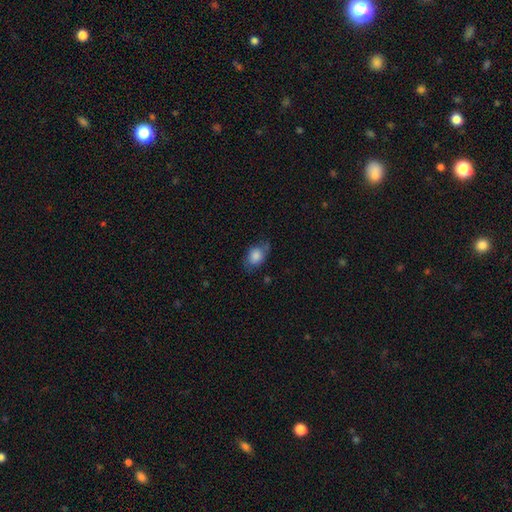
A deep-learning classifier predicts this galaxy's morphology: smooth_or_featured: smooth (p=0.74) [alt: featured or disk p=0.17]
how_rounded: in between (p=0.65) [alt: round p=0.34]
merging: none (p=0.60) [alt: minor disturbance p=0.27]